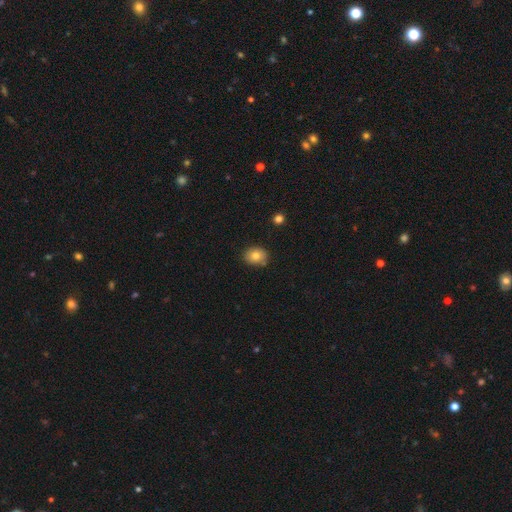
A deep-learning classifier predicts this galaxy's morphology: A smooth galaxy with no disk features (80%) that is round (57%).

Vote fractions:
- Smooth or featured? smooth: 80% / star or artifact: 10% / featured or disk: 10%
- How rounded? round: 57% / in between: 42% / cigar-shaped: 1%
- Merging? none: 81% / minor disturbance: 14% / merger: 3% / major disturbance: 2%